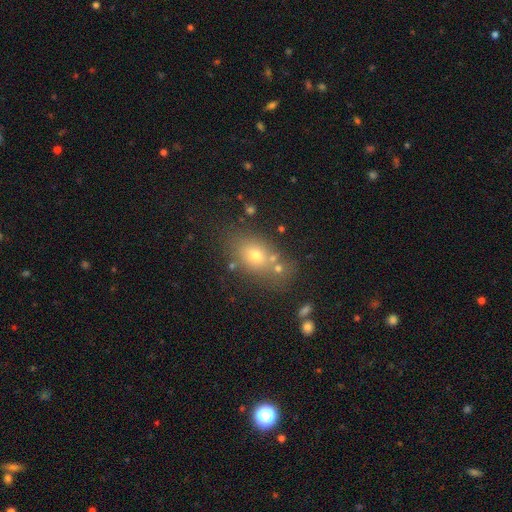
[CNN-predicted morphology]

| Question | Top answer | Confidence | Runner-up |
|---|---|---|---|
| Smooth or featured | smooth | 66% | featured or disk (17%) |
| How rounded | in between | 67% | round (31%) |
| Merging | none | 67% | merger (15%) |